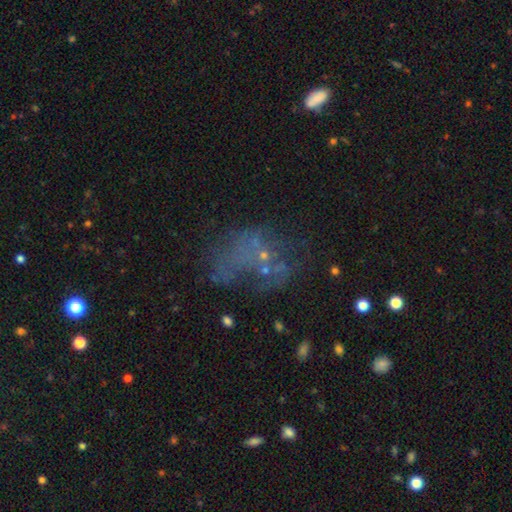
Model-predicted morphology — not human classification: Smooth or featured? featured or disk (37%)
Merging? none (40%)